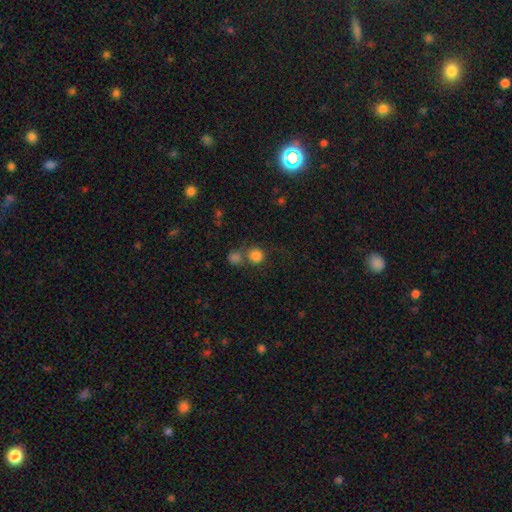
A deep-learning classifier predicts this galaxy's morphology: A smooth galaxy with no disk features (82%) that is round (90%).

Vote fractions:
- Smooth or featured? smooth: 82% / star or artifact: 12% / featured or disk: 6%
- How rounded? round: 90% / in between: 9% / cigar-shaped: 1%
- Merging? none: 55% / merger: 32% / minor disturbance: 9% / major disturbance: 5%